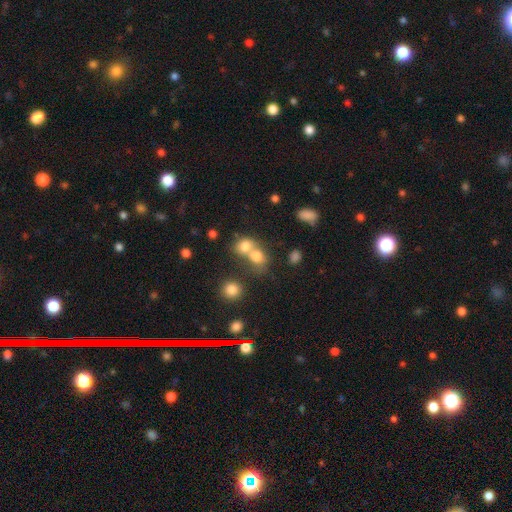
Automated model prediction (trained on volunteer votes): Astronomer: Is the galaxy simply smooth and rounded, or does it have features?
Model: smooth — 73%.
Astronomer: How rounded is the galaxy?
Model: round — 59% (runner-up: in between, 39%).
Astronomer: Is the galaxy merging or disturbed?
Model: merger — 60%.